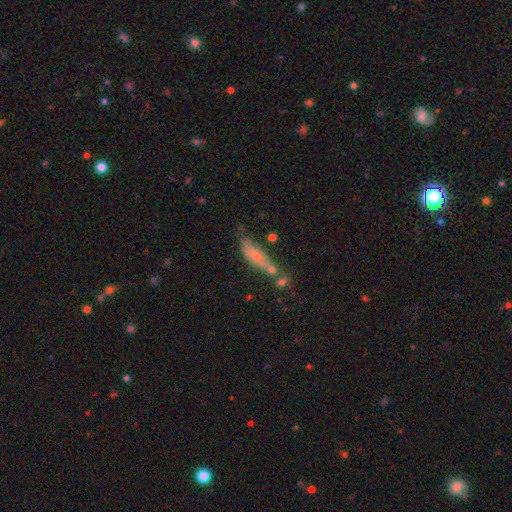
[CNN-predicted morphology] type=smooth (66%); roundness=cigar-shaped (59%); merging=none (36%).